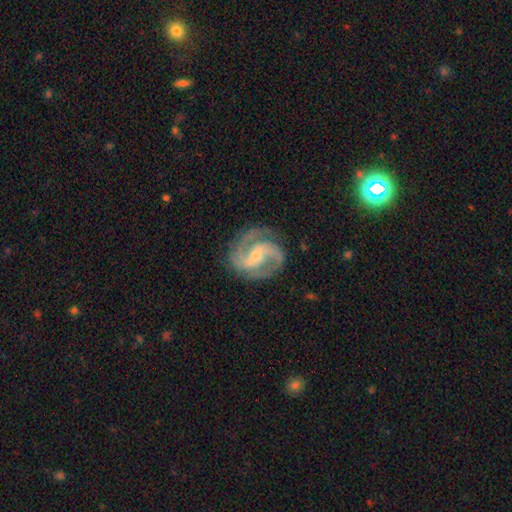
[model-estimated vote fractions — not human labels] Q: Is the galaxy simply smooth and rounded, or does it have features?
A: featured or disk — 91%.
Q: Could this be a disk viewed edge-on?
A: no — 98%.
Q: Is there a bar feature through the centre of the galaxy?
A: weak — 45%.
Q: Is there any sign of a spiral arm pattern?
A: yes — 98%.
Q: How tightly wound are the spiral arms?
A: medium — 58%.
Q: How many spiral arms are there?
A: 2 — 86%.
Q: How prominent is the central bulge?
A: small — 59%.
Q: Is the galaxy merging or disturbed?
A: none — 81%.